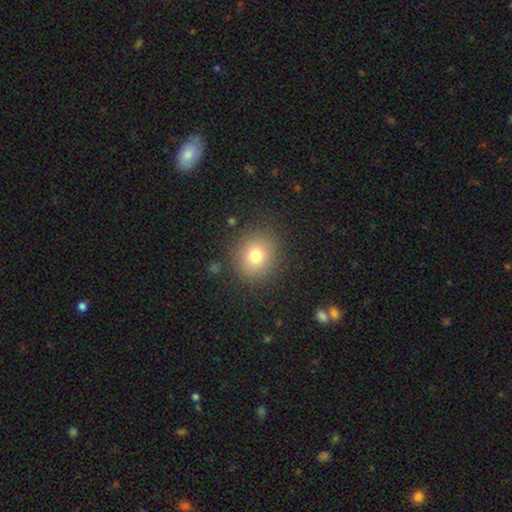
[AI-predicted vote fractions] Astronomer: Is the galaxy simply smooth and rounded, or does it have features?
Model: smooth — 77%.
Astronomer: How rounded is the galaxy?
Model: round — 81%.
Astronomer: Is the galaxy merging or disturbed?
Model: none — 87%.